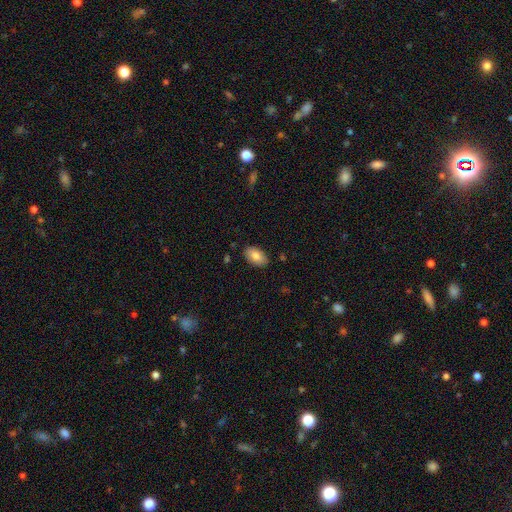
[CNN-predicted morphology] A smooth galaxy with no disk features (83%) that is in between round and cigar-shaped (94%).

Vote fractions:
- Smooth or featured? smooth: 83% / featured or disk: 10% / star or artifact: 7%
- How rounded? in between: 94% / round: 5% / cigar-shaped: 2%
- Merging? none: 87% / minor disturbance: 10% / major disturbance: 2% / merger: 1%